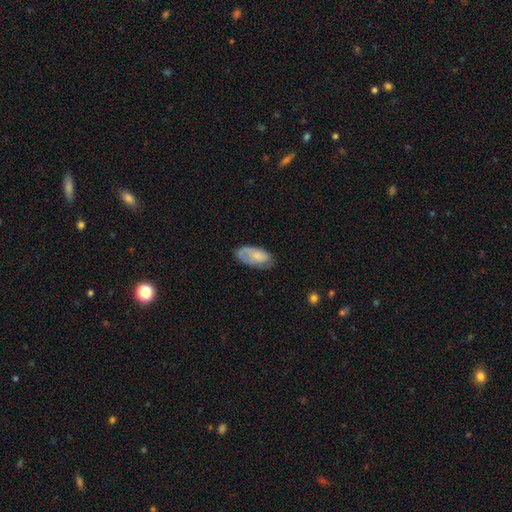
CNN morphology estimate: A smooth galaxy with no disk features (61%) that is in between round and cigar-shaped (92%). Merging: none (55%).